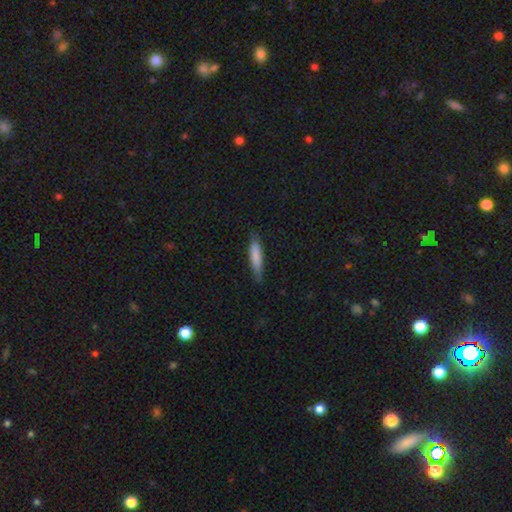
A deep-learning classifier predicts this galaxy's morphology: Smooth or featured? smooth (80%)
How rounded? cigar-shaped (79%)
Merging? none (80%)